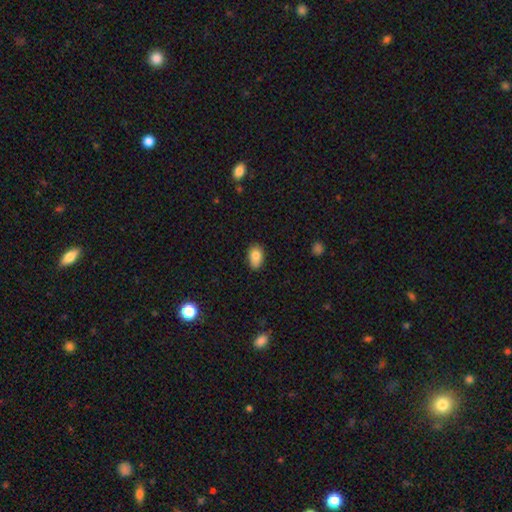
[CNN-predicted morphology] type=smooth (83%); roundness=in between (87%); merging=none (76%).